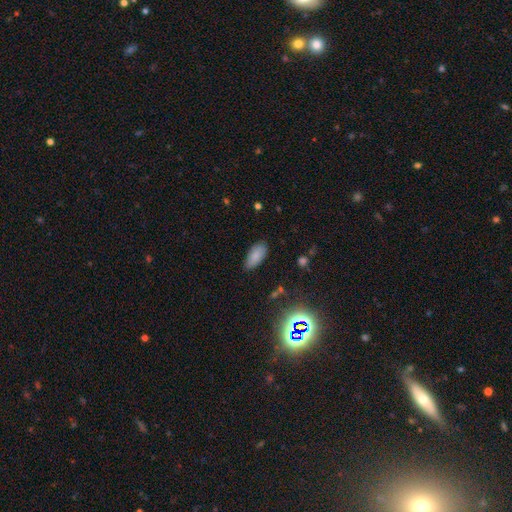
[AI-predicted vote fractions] Smooth or featured? Predicted: smooth (p=0.82). How rounded? Predicted: in between (p=0.91). Merging? Predicted: none (p=0.81).